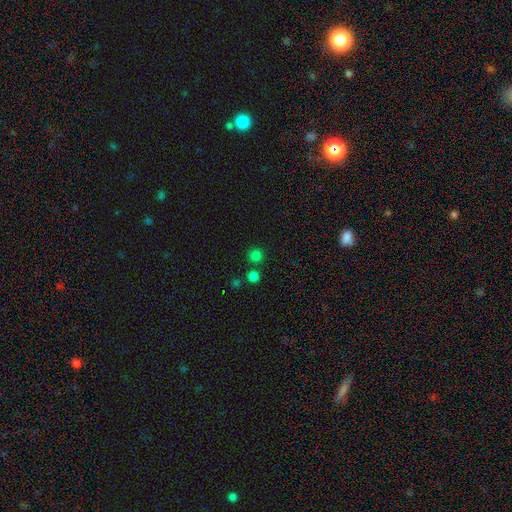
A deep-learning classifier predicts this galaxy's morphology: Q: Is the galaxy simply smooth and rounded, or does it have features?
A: smooth — 78%.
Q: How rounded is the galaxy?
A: round — 93%.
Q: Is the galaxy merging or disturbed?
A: none — 78%.